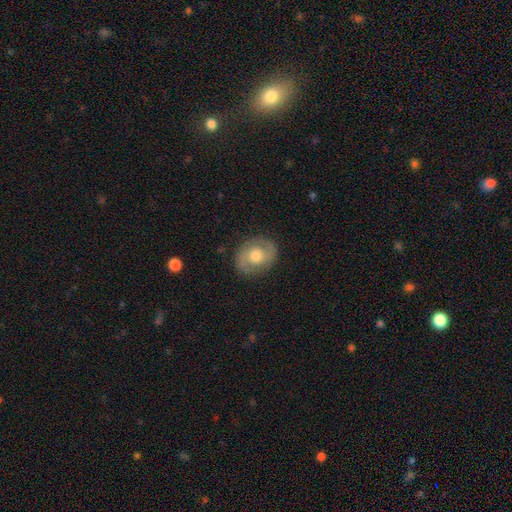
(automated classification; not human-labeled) Smooth or featured?
  - featured or disk: 60% *
  - smooth: 34%
  - star or artifact: 7%
Edge-on disk?
  - no: 96% *
  - yes: 4%
Bar?
  - no: 69% *
  - weak: 26%
  - strong: 6%
Spiral arms?
  - yes: 72% *
  - no: 28%
Bulge size?
  - moderate: 70% *
  - large: 16%
  - small: 11%
  - none: 1%
  - dominant: 1%
Merging?
  - none: 85% *
  - minor disturbance: 11%
  - major disturbance: 4%
  - merger: 1%